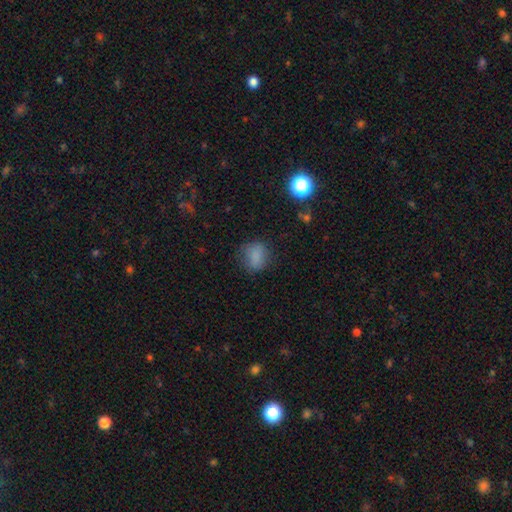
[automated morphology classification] smooth 80%, star or artifact 13%, featured or disk 8%. Down the decision tree: how rounded — round (62%); merging — none (70%).